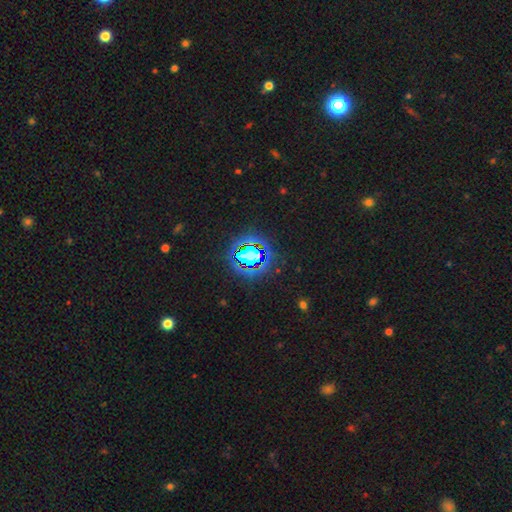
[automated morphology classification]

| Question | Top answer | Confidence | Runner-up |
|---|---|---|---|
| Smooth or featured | star or artifact | 79% | smooth (13%) |